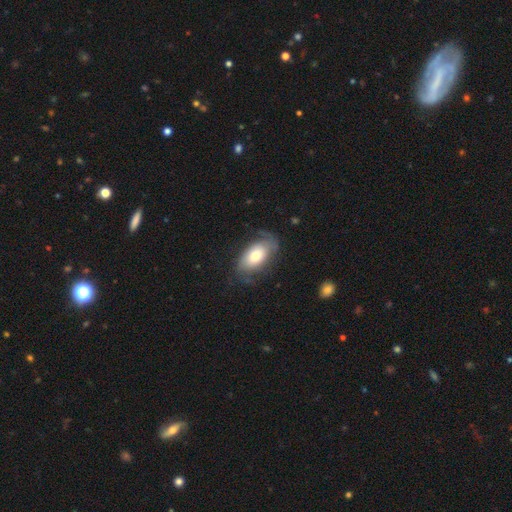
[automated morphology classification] smooth_or_featured: smooth (p=0.52) [alt: featured or disk p=0.41]
how_rounded: in between (p=0.91) [alt: round p=0.06]
merging: none (p=0.60) [alt: minor disturbance p=0.24]